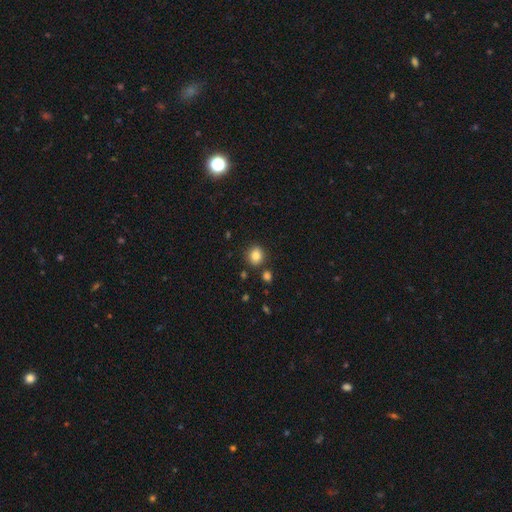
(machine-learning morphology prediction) A smooth galaxy with no disk features (85%) that is round (78%). Merging: none (83%).